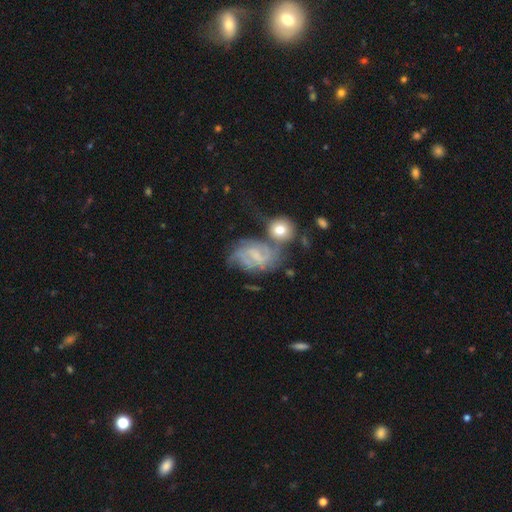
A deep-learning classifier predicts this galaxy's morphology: Overall: featured or disk (76%). Edge-on disk: no (97%). Bar: weak (49%; no 34%). Spiral arms: yes (88%). Spiral arm count: can't tell (36%; 2 29%). Spiral winding: tight (43%; medium 41%). Bulge size: none (36%, tied with small). Merging: none (44%; minor disturbance 20%).